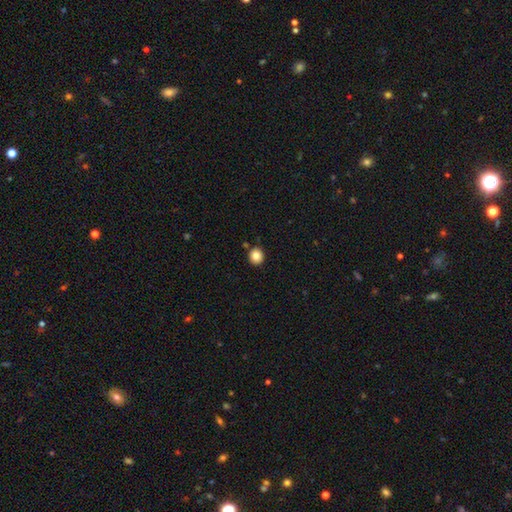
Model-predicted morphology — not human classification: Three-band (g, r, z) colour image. It shows a smooth galaxy with no disk features (84%) that is round (87%). Merging: none (88%).